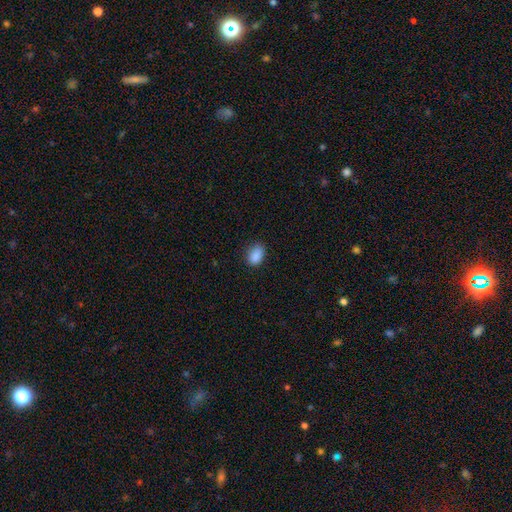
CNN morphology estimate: This appears to be a smooth galaxy with no disk features (88%) that is in between round and cigar-shaped (82%). Merging: none (77%).